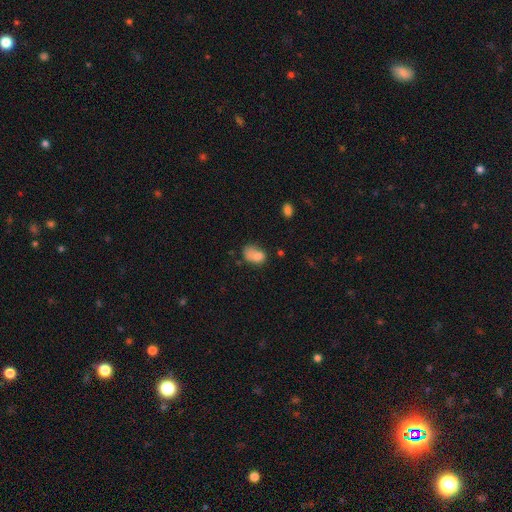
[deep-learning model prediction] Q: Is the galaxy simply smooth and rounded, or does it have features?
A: smooth — 74%.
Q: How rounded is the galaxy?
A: in between — 79%.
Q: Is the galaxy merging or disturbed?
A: none — 31%.